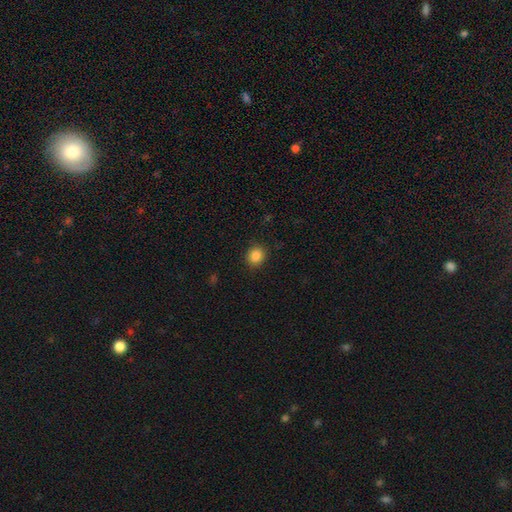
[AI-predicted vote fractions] A smooth galaxy with no disk features (86%) that is round (82%).

Vote fractions:
- Smooth or featured? smooth: 86% / star or artifact: 10% / featured or disk: 4%
- How rounded? round: 82% / in between: 17% / cigar-shaped: 1%
- Merging? none: 90% / minor disturbance: 7% / major disturbance: 2% / merger: 1%